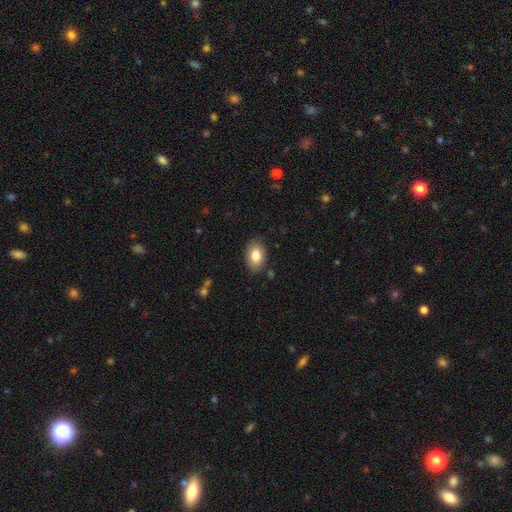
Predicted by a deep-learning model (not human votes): Smooth or featured? smooth (84%)
How rounded? in between (89%)
Merging? none (86%)